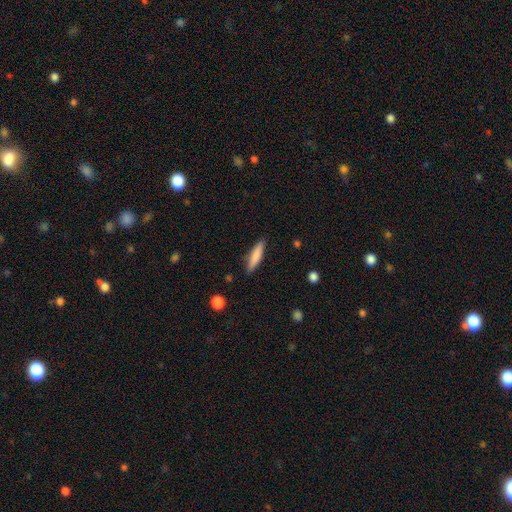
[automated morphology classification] type=smooth (79%); roundness=cigar-shaped (82%); merging=none (87%).